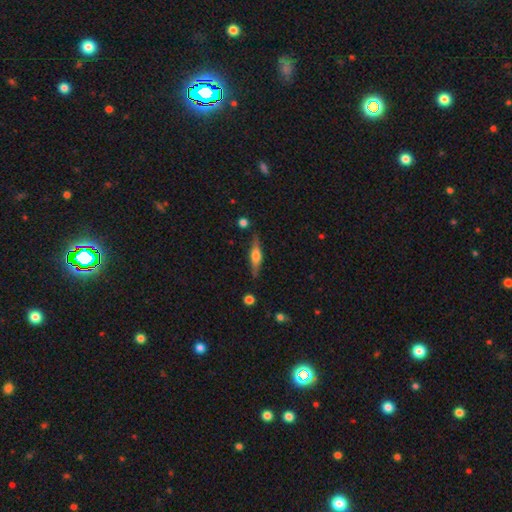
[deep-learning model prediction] A featured or disk galaxy (59%) viewed edge-on (95%) with a rounded central bulge (85%). Merging: none (83%).